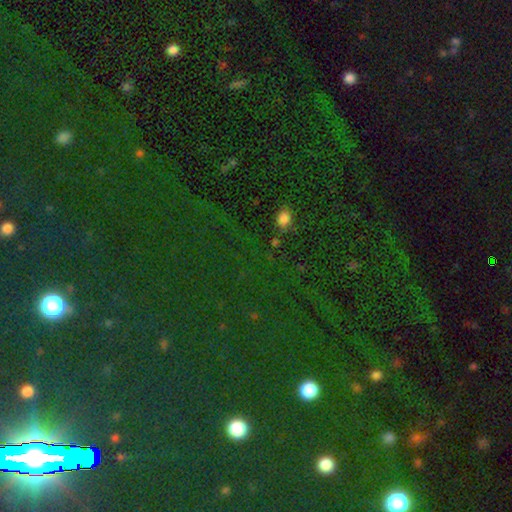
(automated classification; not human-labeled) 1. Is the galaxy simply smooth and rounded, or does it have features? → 77% star or artifact, 14% smooth, 9% featured or disk.